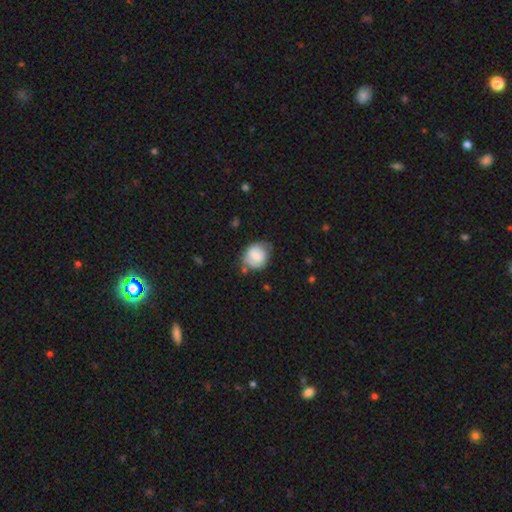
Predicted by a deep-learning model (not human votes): The model was most divided on "merging": none: 57%, minor disturbance: 29%, major disturbance: 9%, merger: 4%. More confident: smooth or featured — smooth (74%); how rounded — round (64%).